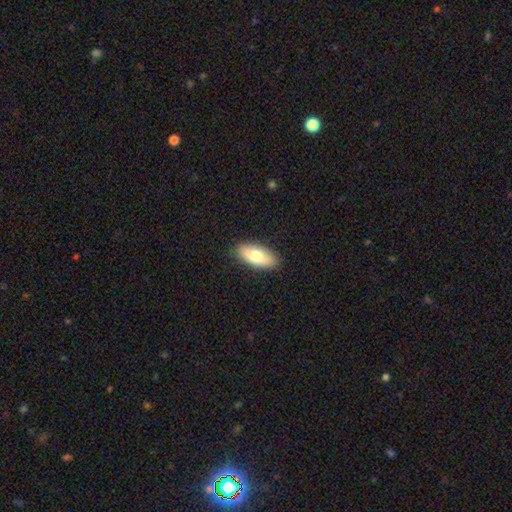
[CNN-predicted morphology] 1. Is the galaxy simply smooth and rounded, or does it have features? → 78% smooth, 16% featured or disk, 6% star or artifact.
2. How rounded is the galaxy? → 86% in between, 12% cigar-shaped, 3% round.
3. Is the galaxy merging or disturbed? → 88% none, 9% minor disturbance, 2% major disturbance, 1% merger.